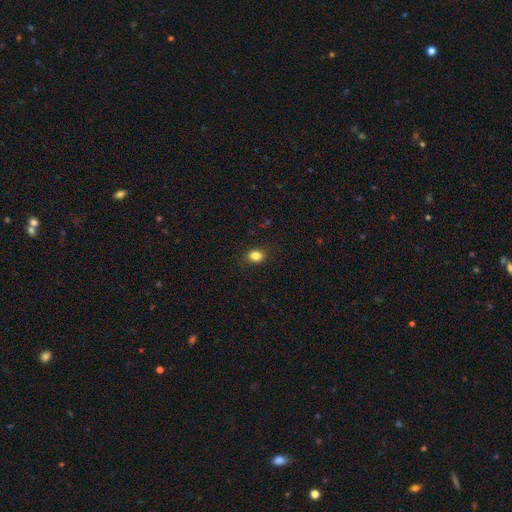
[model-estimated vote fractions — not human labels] Smooth or featured: smooth — 84% (star or artifact — 11%)
How rounded: in between — 54% (round — 45%)
Merging: none — 89% (minor disturbance — 8%)